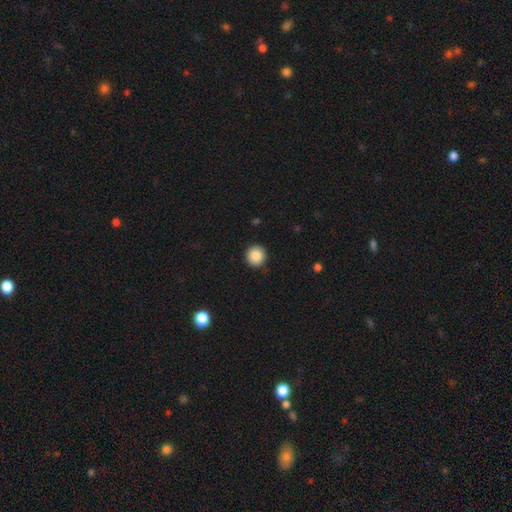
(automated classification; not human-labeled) This is clearly a smooth galaxy (87%). How rounded: clearly round (95%). Merging: clearly none (91%).